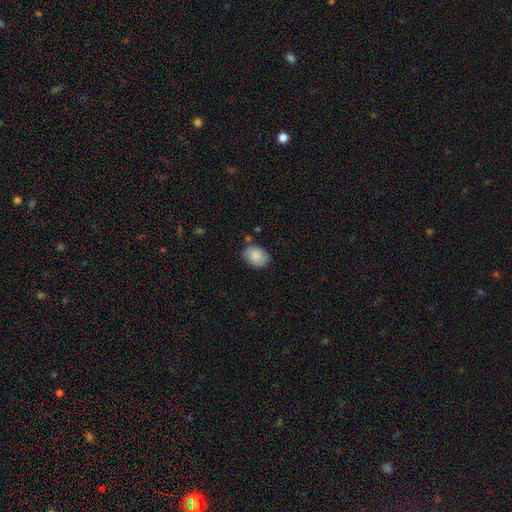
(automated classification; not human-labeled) A smooth galaxy with no disk features (88%) that is in between round and cigar-shaped (75%).

Vote fractions:
- Smooth or featured? smooth: 88% / star or artifact: 7% / featured or disk: 6%
- How rounded? in between: 75% / round: 24% / cigar-shaped: 1%
- Merging? none: 78% / minor disturbance: 16% / merger: 3% / major disturbance: 3%